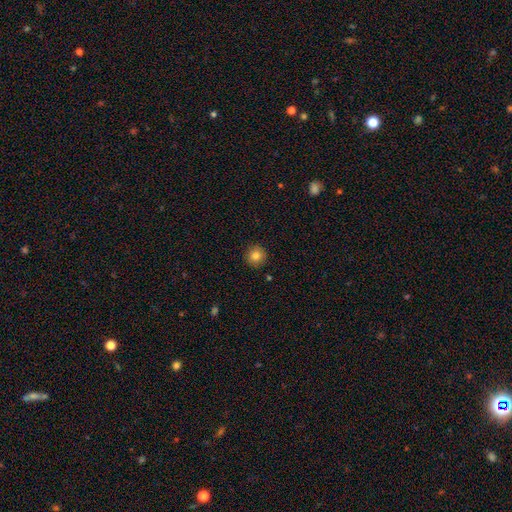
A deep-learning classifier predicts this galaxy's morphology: Q: Smooth or featured?
A: smooth (83%); runner-up: star or artifact (10%)
Q: How rounded?
A: round (95%); runner-up: in between (4%)
Q: Merging?
A: none (91%); runner-up: minor disturbance (6%)